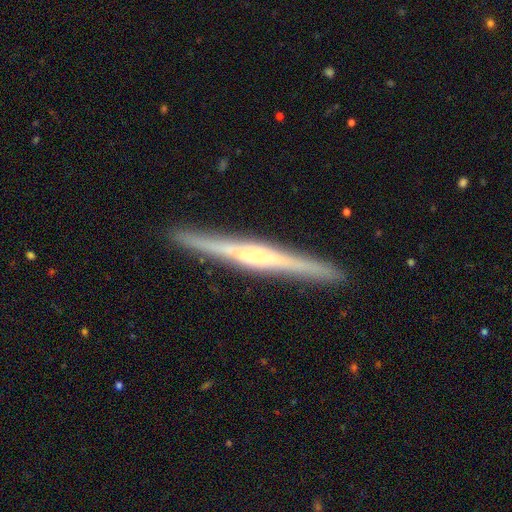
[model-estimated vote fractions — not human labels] This appears to be a featured or disk galaxy (80%) viewed edge-on (98%) with a rounded central bulge (55%). Merging: none (91%).